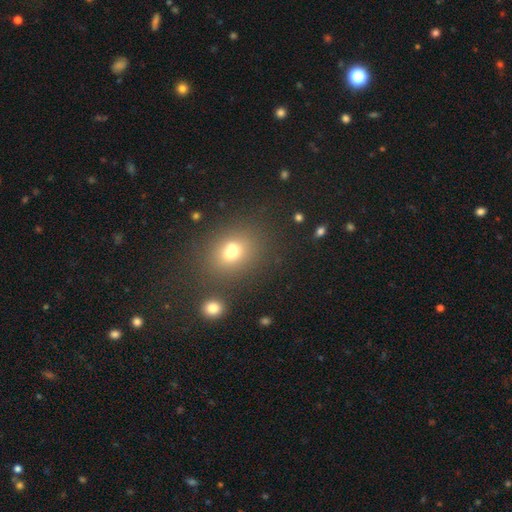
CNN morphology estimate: Smooth or featured? smooth (62%)
How rounded? round (56%)
Merging? none (84%)